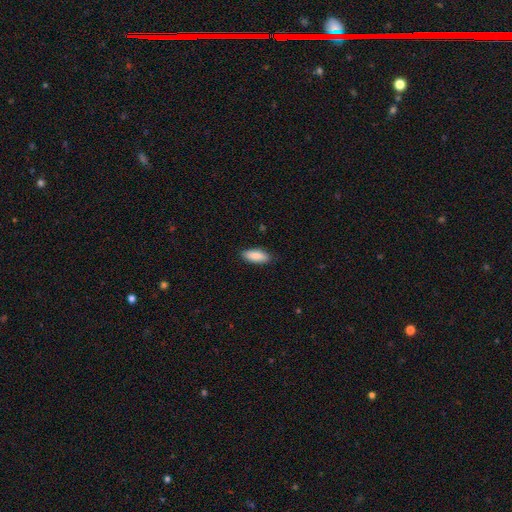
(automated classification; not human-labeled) smooth_or_featured: smooth (p=0.89) [alt: star or artifact p=0.06]
how_rounded: in between (p=0.79) [alt: cigar-shaped p=0.19]
merging: none (p=0.87) [alt: minor disturbance p=0.10]